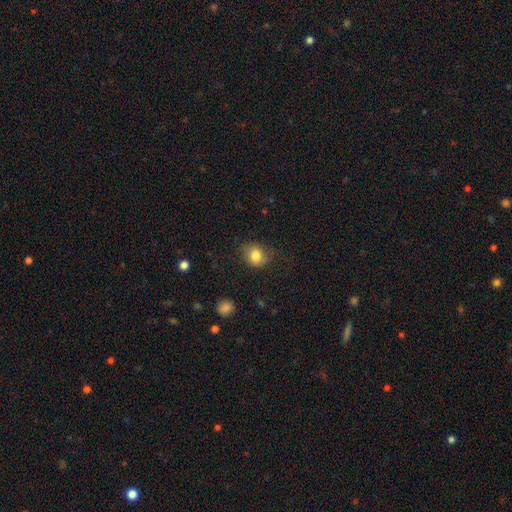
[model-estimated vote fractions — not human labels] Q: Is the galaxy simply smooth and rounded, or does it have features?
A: smooth — 82%.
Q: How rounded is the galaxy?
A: round — 70%.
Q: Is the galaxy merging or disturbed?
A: none — 72%.